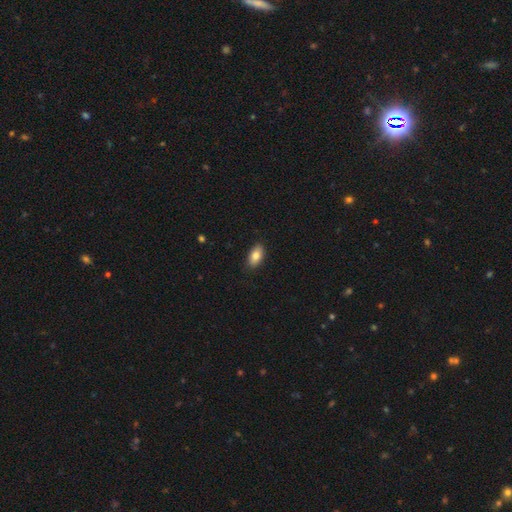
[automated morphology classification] Smooth or featured? Predicted: smooth (p=0.83). How rounded? Predicted: in between (p=0.91). Merging? Predicted: none (p=0.87).